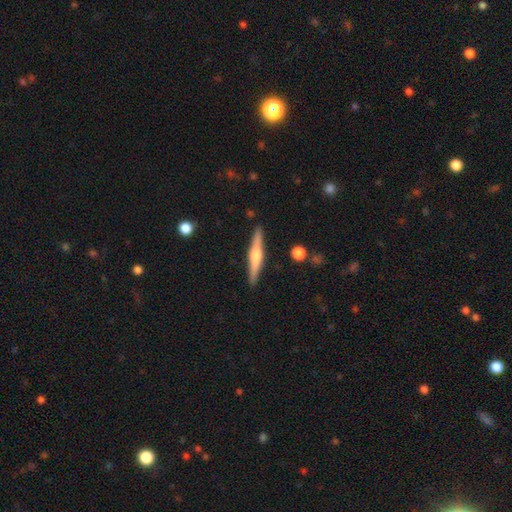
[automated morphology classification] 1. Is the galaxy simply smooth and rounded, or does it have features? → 67% featured or disk, 28% smooth, 6% star or artifact.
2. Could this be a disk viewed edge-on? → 98% yes, 2% no.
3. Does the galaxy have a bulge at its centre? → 82% rounded, 12% boxy, 6% none.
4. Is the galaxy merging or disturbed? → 91% none, 6% minor disturbance, 1% major disturbance, 1% merger.